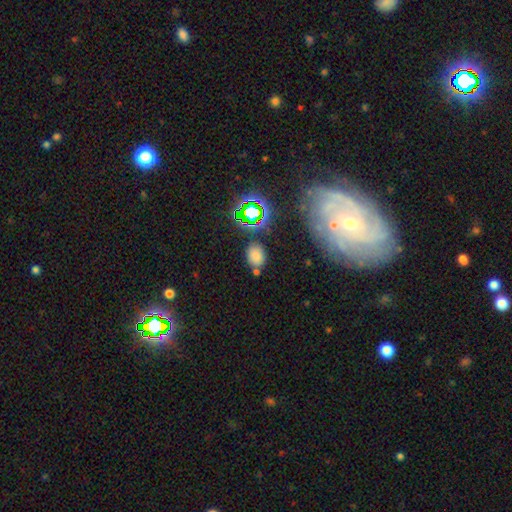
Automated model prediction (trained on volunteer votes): smooth 72%, star or artifact 20%, featured or disk 8%. Down the decision tree: how rounded — in between (65%); merging — none (73%).